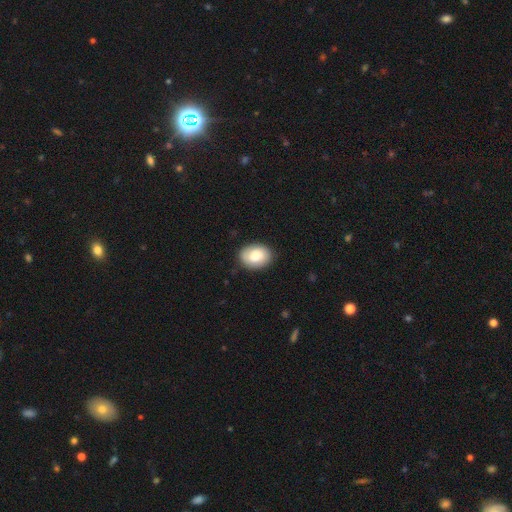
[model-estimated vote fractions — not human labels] A smooth galaxy with no disk features (81%) that is in between round and cigar-shaped (70%). Merging: none (85%).